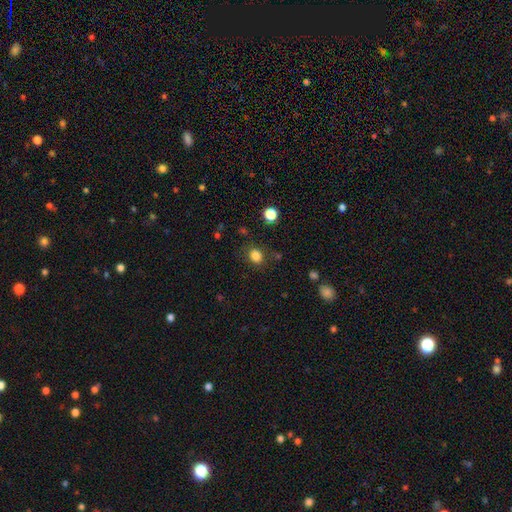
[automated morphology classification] This is clearly a smooth galaxy (83%). How rounded: possibly round (53%). Merging: likely none (80%).